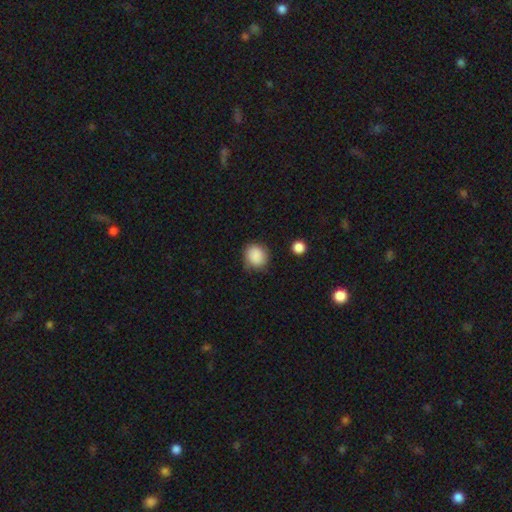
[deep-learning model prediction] smooth 88%, star or artifact 8%, featured or disk 4%. Down the decision tree: how rounded — round (79%); merging — none (81%).